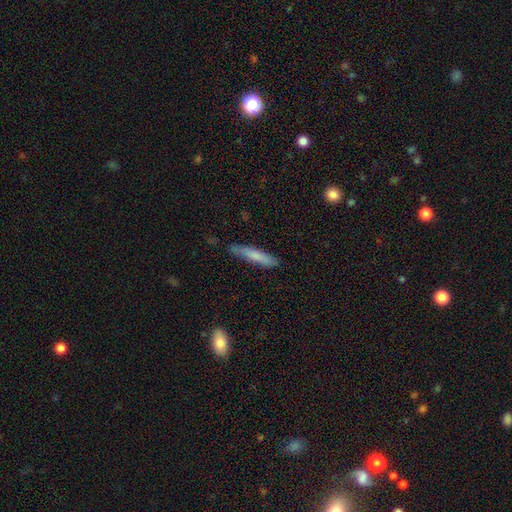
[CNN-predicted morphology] smooth_or_featured: smooth (p=0.72) [alt: featured or disk p=0.22]
how_rounded: cigar-shaped (p=0.89) [alt: in between p=0.10]
merging: none (p=0.79) [alt: minor disturbance p=0.17]